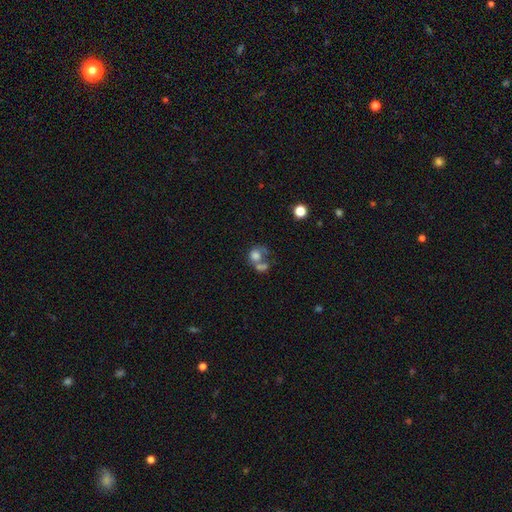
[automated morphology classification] type=smooth (66%); roundness=round (70%); merging=merger (52%).